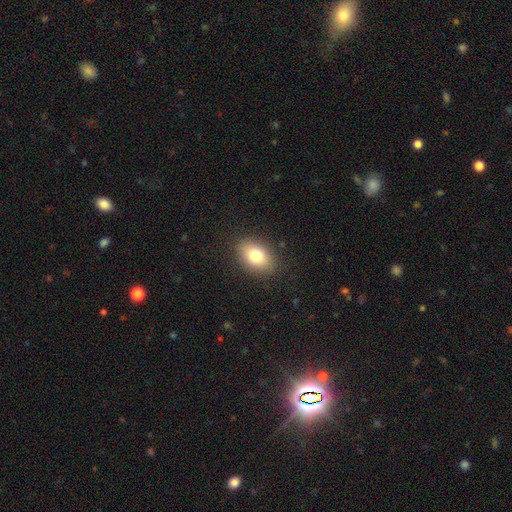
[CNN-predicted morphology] Smooth or featured? Predicted: smooth (p=0.78). How rounded? Predicted: in between (p=0.85). Merging? Predicted: none (p=0.86).